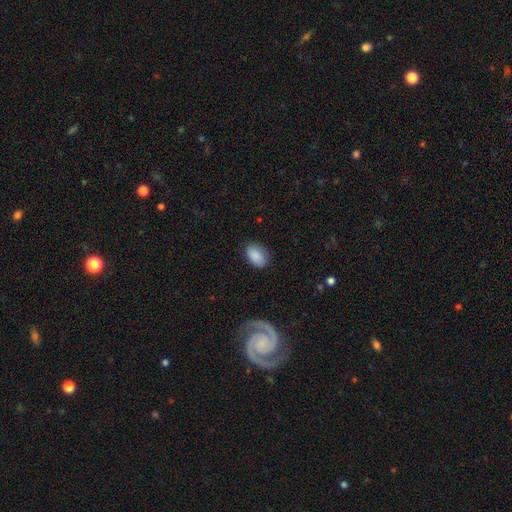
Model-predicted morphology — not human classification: smooth 88%, star or artifact 7%, featured or disk 5%. Down the decision tree: how rounded — in between (89%); merging — none (80%).